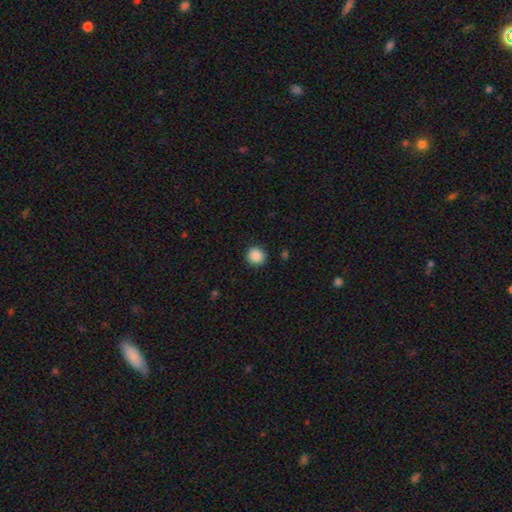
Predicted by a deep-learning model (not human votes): Overall: smooth (89%). How rounded: round (91%). Merging: none (90%).